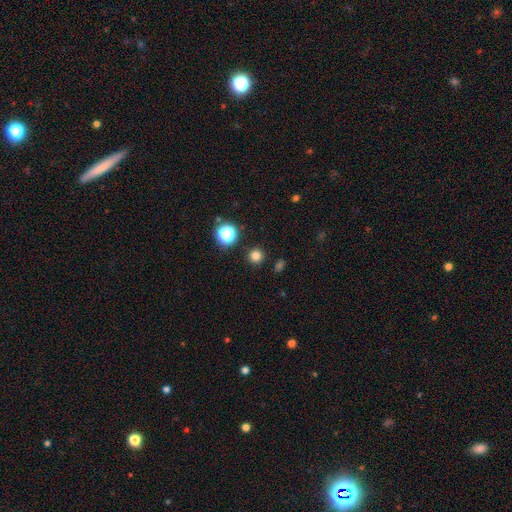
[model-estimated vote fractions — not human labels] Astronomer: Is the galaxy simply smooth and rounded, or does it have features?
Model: smooth — 78%.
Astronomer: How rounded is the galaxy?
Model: round — 94%.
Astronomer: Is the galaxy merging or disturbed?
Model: none — 90%.